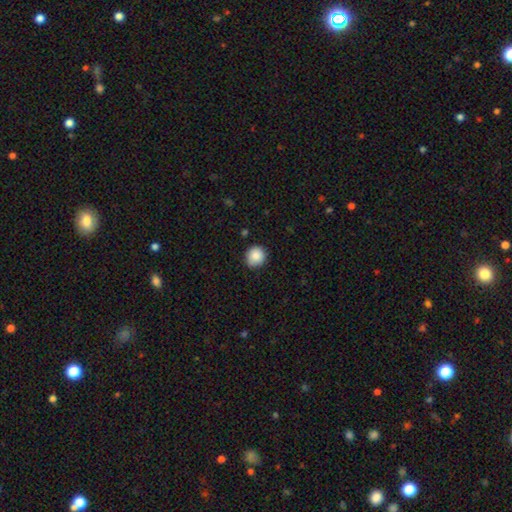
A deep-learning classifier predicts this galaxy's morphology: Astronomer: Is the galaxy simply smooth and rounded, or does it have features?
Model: smooth — 87%.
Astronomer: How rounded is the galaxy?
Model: round — 90%.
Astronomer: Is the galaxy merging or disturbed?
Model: none — 87%.